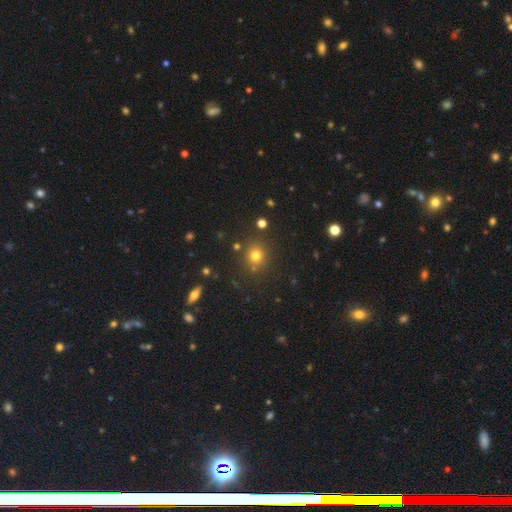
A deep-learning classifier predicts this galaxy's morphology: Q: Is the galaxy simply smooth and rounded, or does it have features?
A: smooth — 74%.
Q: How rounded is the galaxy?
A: round — 89%.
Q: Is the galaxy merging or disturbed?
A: none — 83%.